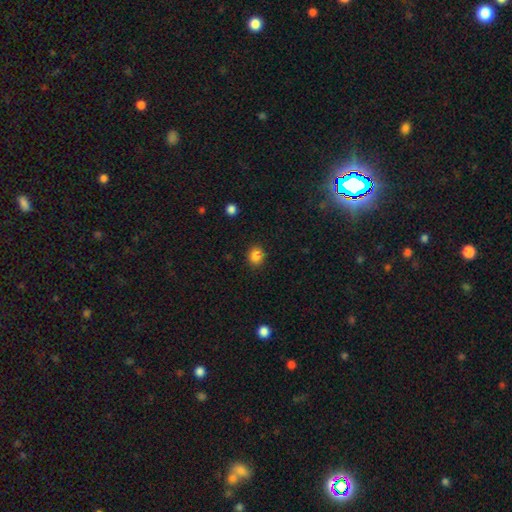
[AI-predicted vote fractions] smooth_or_featured: smooth (p=0.84) [alt: star or artifact p=0.11]
how_rounded: round (p=0.74) [alt: in between p=0.25]
merging: none (p=0.83) [alt: minor disturbance p=0.11]